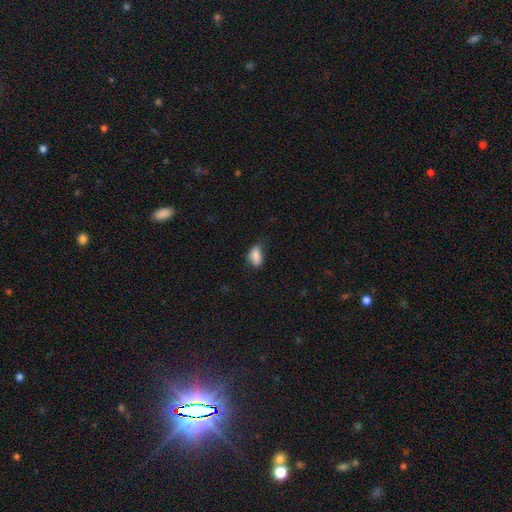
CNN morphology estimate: Smooth or featured: smooth — 82% (featured or disk — 9%)
How rounded: in between — 89% (round — 7%)
Merging: none — 43% (minor disturbance — 39%)